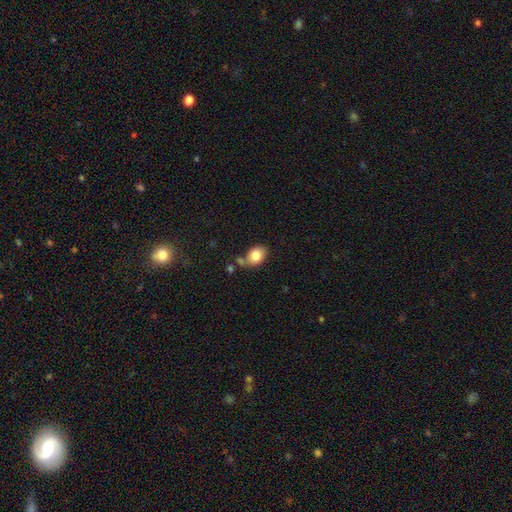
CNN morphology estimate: smooth-or-featured: smooth: 83% | featured or disk: 10% | star or artifact: 8%
  how-rounded: in between: 75% | round: 24% | cigar-shaped: 1%
  merging: none: 58% | minor disturbance: 19% | merger: 17% | major disturbance: 6%